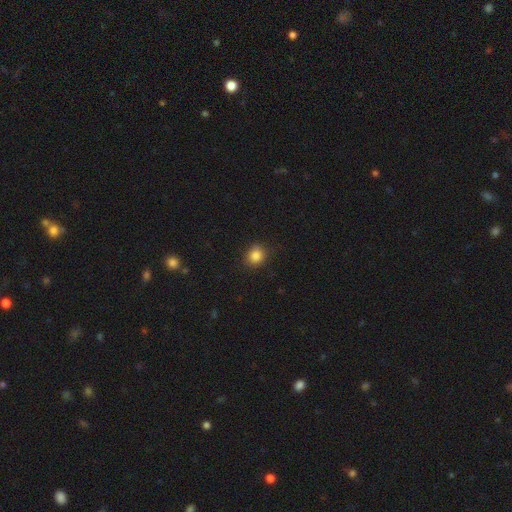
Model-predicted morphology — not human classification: Smooth or featured? Predicted: smooth (p=0.84). How rounded? Predicted: round (p=0.79). Merging? Predicted: none (p=0.82).